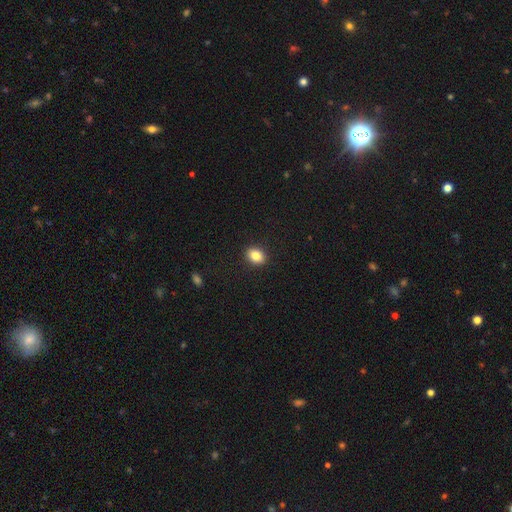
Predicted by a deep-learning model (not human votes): The model was most divided on "how rounded": in between: 63%, round: 36%, cigar-shaped: 1%. More confident: merging — none (91%); smooth or featured — smooth (84%).